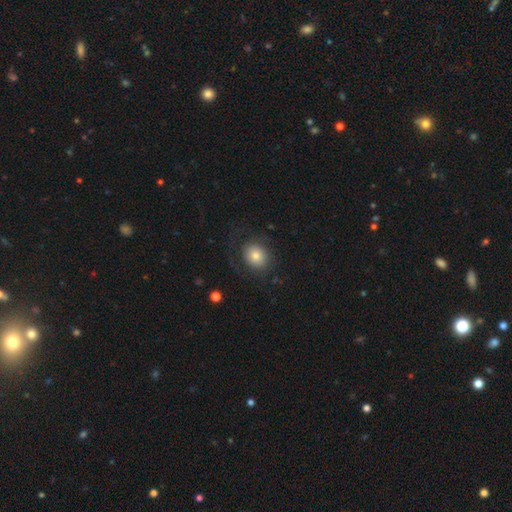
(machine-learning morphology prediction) smooth 75%, featured or disk 15%, star or artifact 9%. Down the decision tree: how rounded — round (65%); merging — none (74%).